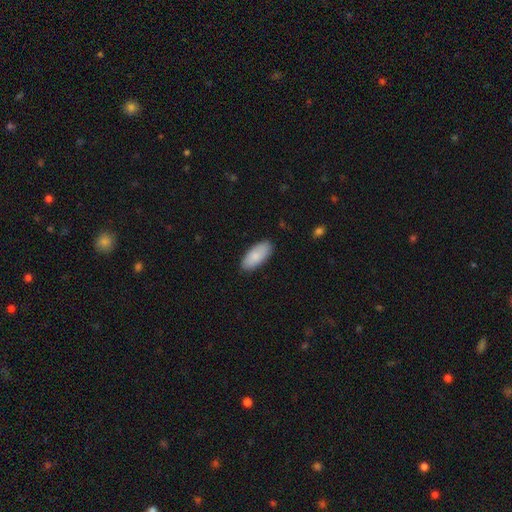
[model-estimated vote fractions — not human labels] A smooth galaxy with no disk features (87%) that is in between round and cigar-shaped (88%).

Vote fractions:
- Smooth or featured? smooth: 87% / featured or disk: 8% / star or artifact: 5%
- How rounded? in between: 88% / cigar-shaped: 11% / round: 2%
- Merging? none: 88% / minor disturbance: 9% / major disturbance: 2% / merger: 1%